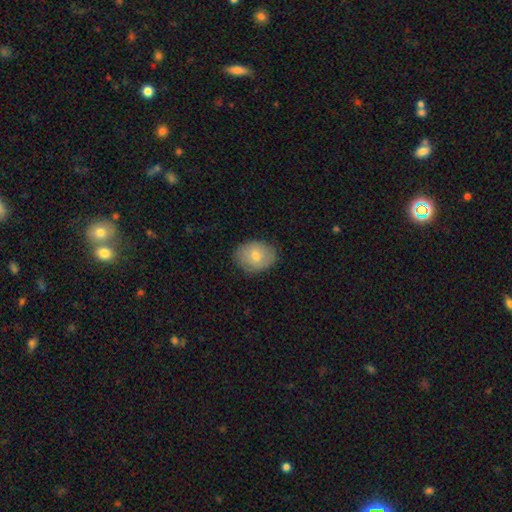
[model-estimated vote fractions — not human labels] A smooth galaxy with no disk features (70%) that is in between round and cigar-shaped (55%).

Vote fractions:
- Smooth or featured? smooth: 70% / featured or disk: 22% / star or artifact: 8%
- How rounded? in between: 55% / round: 44% / cigar-shaped: 1%
- Merging? none: 83% / minor disturbance: 13% / major disturbance: 3% / merger: 1%